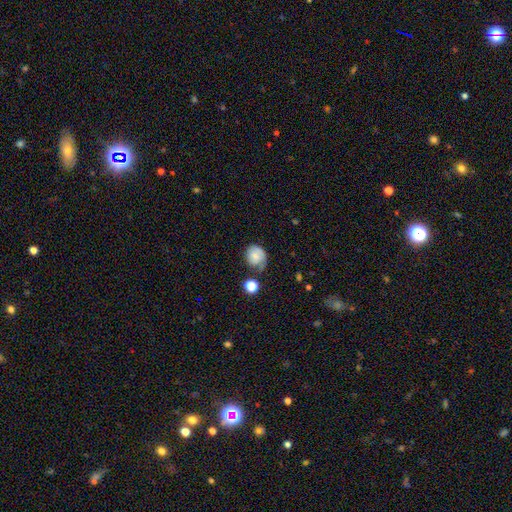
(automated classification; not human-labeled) smooth-or-featured: smooth: 55% | featured or disk: 35% | star or artifact: 9%
  how-rounded: round: 71% | in between: 28% | cigar-shaped: 1%
  merging: none: 50% | minor disturbance: 29% | major disturbance: 14% | merger: 7%